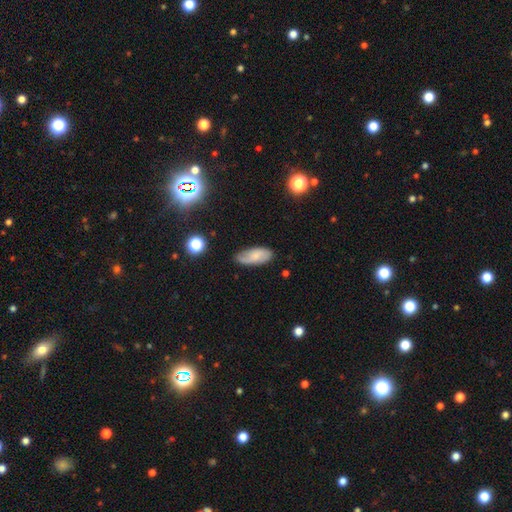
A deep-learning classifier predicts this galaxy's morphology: Smooth or featured: smooth — 62% (featured or disk — 30%)
How rounded: in between — 88% (cigar-shaped — 10%)
Merging: none — 71% (minor disturbance — 22%)